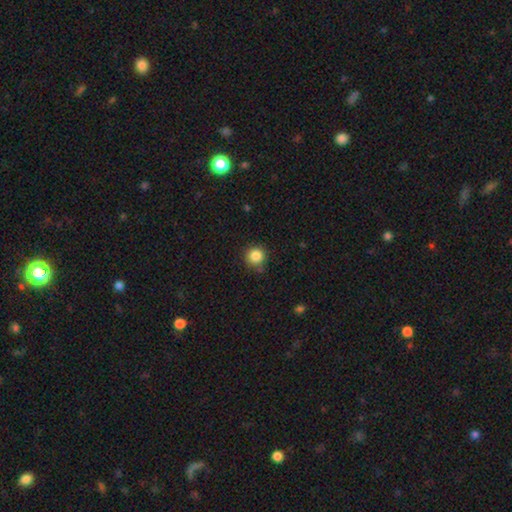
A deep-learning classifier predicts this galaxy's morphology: type=smooth (86%); roundness=round (94%); merging=none (83%).